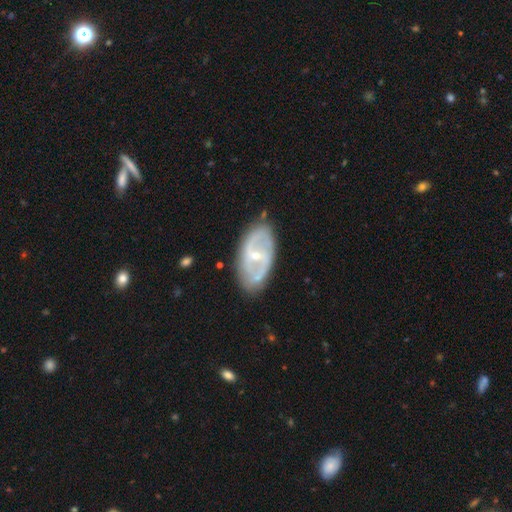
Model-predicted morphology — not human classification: Smooth or featured: featured or disk — 80% (smooth — 15%)
Edge-on disk: no — 94% (yes — 6%)
Bar: weak — 47% (strong — 28%)
Spiral arms: yes — 83% (no — 17%)
Spiral winding: medium — 46% (loose — 32%)
Spiral arm count: 2 — 82% (can't tell — 11%)
Bulge size: small — 68% (moderate — 29%)
Merging: none — 79% (minor disturbance — 15%)